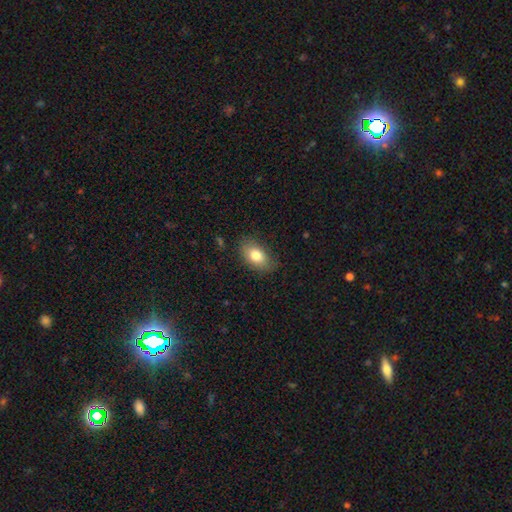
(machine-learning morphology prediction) Q: Smooth or featured?
A: smooth (79%); runner-up: featured or disk (13%)
Q: How rounded?
A: in between (90%); runner-up: round (8%)
Q: Merging?
A: none (79%); runner-up: minor disturbance (16%)